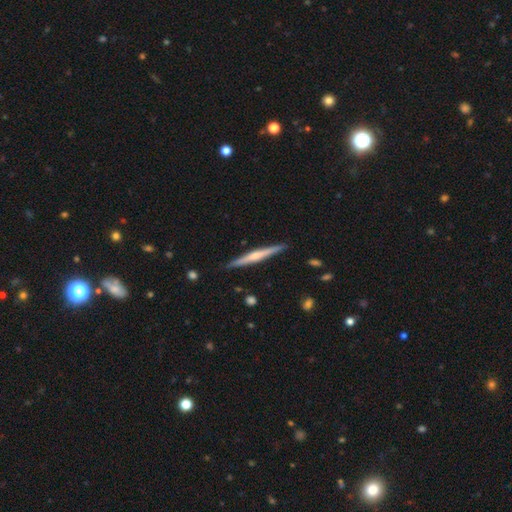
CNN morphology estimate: Smooth or featured? featured or disk (64%)
Edge-on disk? yes (98%)
Edge-on bulge? rounded (70%)
Merging? none (90%)